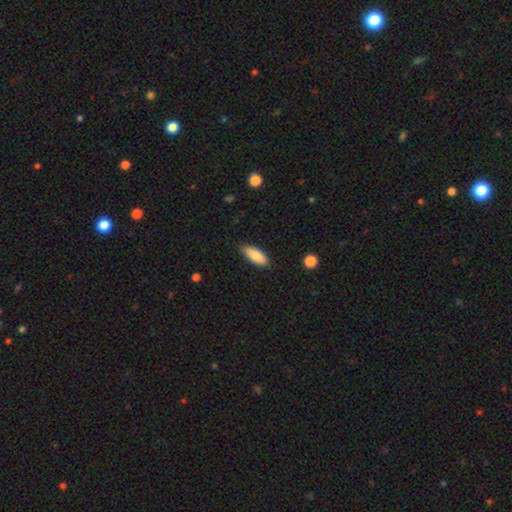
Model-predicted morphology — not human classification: This appears to be a smooth galaxy with no disk features (86%) that is in between round and cigar-shaped (68%). Merging: none (83%).